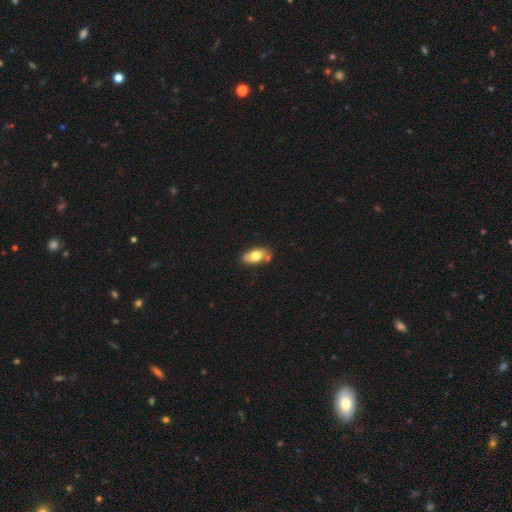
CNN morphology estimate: smooth 68%, featured or disk 26%, star or artifact 6%. Down the decision tree: how rounded — in between (88%); merging — none (76%).